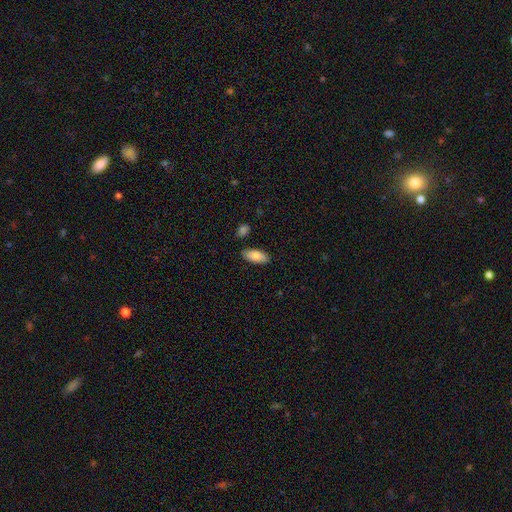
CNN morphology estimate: Overall: smooth (82%). How rounded: in between (89%). Merging: none (85%).